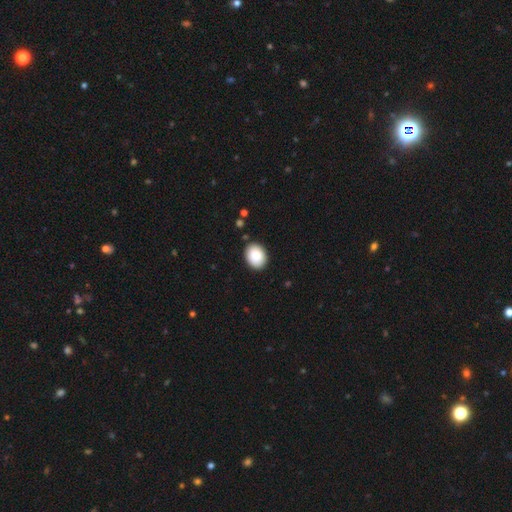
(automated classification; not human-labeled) A smooth galaxy with no disk features (88%) that is in between round and cigar-shaped (65%).

Vote fractions:
- Smooth or featured? smooth: 88% / star or artifact: 7% / featured or disk: 5%
- How rounded? in between: 65% / round: 34% / cigar-shaped: 1%
- Merging? none: 88% / minor disturbance: 9% / major disturbance: 2% / merger: 1%